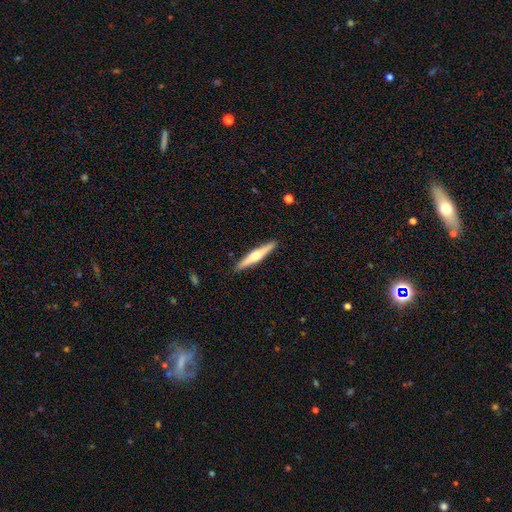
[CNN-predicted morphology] Overall: featured or disk (59%; smooth 36%). Edge-on disk: yes (98%). Edge-on bulge: rounded (78%). Merging: none (91%).